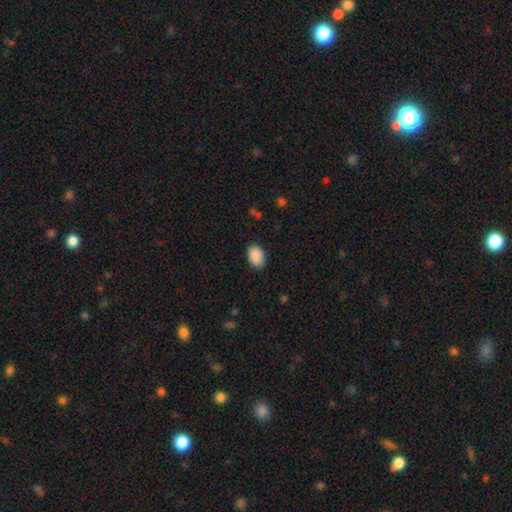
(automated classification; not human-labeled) This is clearly a smooth galaxy (91%). How rounded: clearly in between (86%). Merging: clearly none (87%).